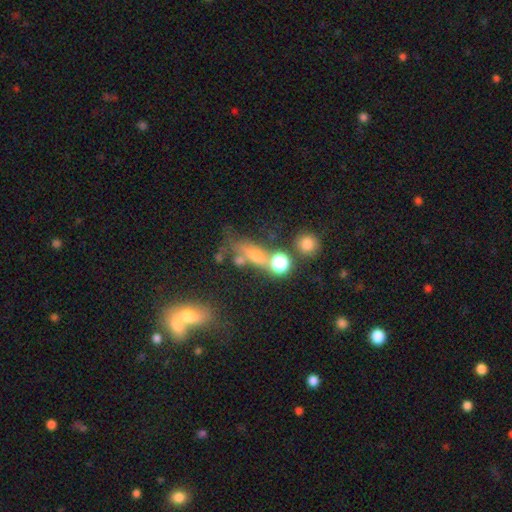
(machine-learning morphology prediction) smooth-or-featured: smooth: 52% | featured or disk: 29% | star or artifact: 20%
  how-rounded: in between: 45% | cigar-shaped: 36% | round: 19%
  merging: none: 39% | merger: 31% | minor disturbance: 17% | major disturbance: 14%